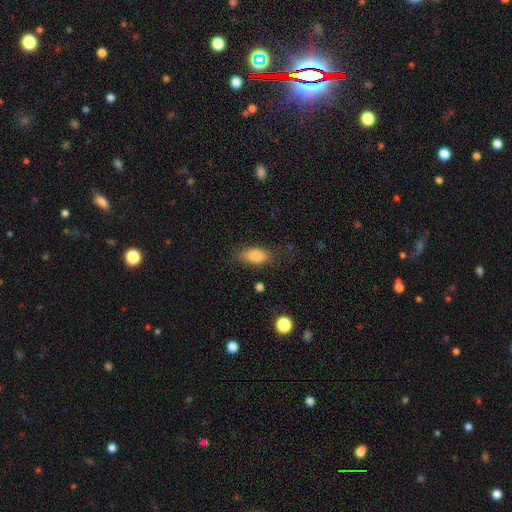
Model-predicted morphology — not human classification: smooth-or-featured: smooth: 84% | featured or disk: 8% | star or artifact: 8%
  how-rounded: in between: 88% | cigar-shaped: 7% | round: 5%
  merging: none: 77% | minor disturbance: 16% | major disturbance: 5% | merger: 2%